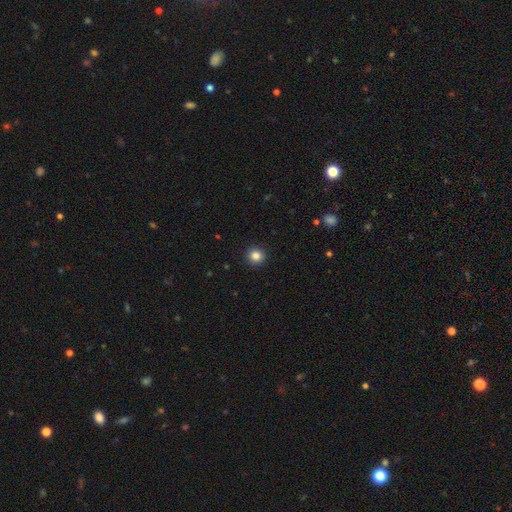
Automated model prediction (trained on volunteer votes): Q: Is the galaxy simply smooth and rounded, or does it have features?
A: smooth — 85%.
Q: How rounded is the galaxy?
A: round — 93%.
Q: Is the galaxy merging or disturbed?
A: none — 93%.